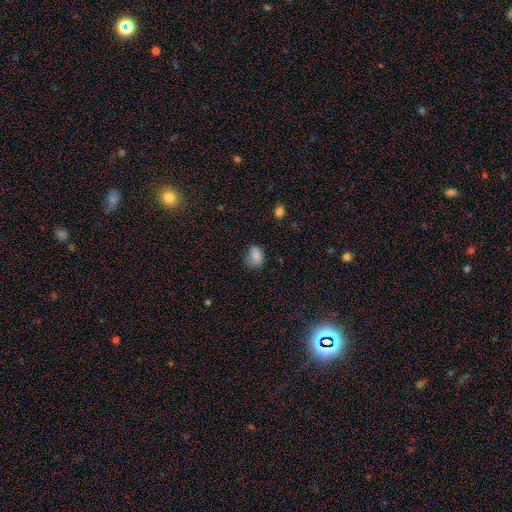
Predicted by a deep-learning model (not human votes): Overall: smooth (83%). How rounded: in between (73%). Merging: none (53%; minor disturbance 32%).